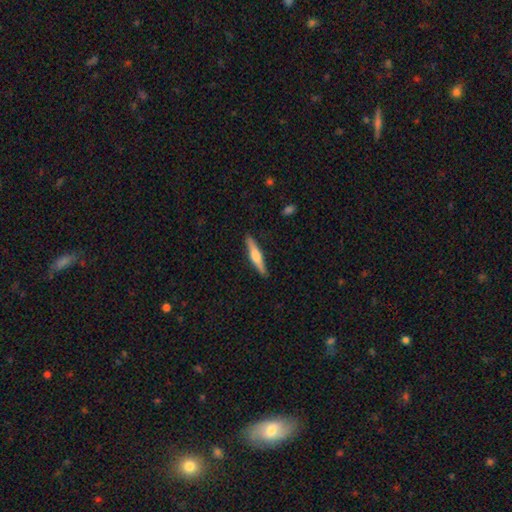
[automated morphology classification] This appears to be a featured or disk galaxy (55%) viewed edge-on (97%) with a rounded central bulge (82%). Merging: none (90%).